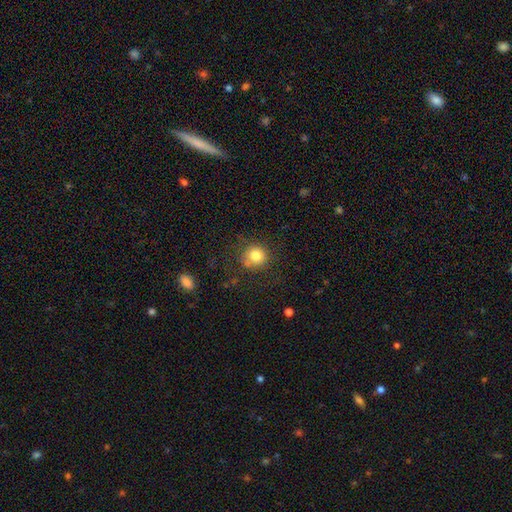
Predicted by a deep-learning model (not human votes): Smooth or featured?
  - smooth: 81% *
  - star or artifact: 11%
  - featured or disk: 8%
How rounded?
  - round: 89% *
  - in between: 11%
  - cigar-shaped: 1%
Merging?
  - none: 75% *
  - minor disturbance: 15%
  - major disturbance: 6%
  - merger: 4%